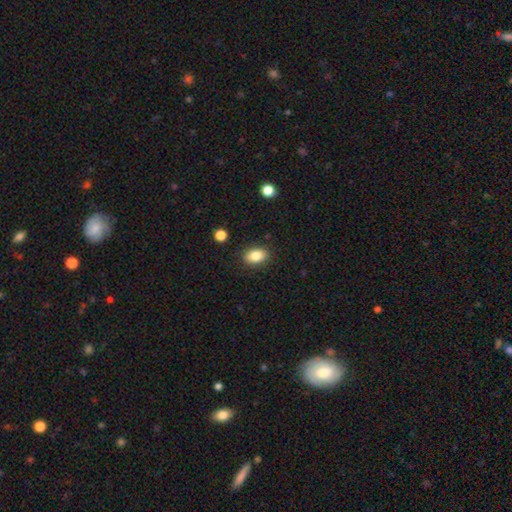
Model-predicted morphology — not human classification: smooth_or_featured: smooth (p=0.84) [alt: star or artifact p=0.08]
how_rounded: in between (p=0.84) [alt: round p=0.14]
merging: none (p=0.87) [alt: minor disturbance p=0.09]